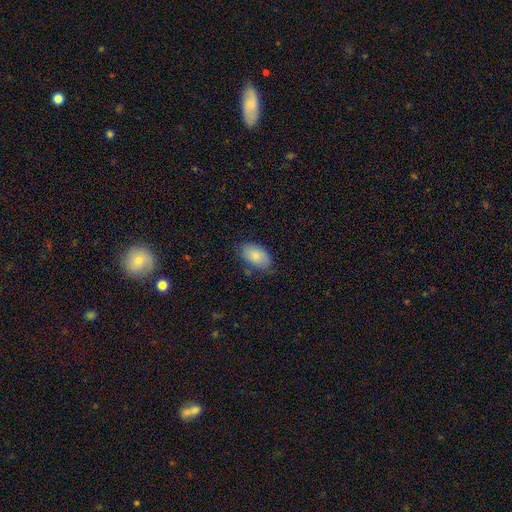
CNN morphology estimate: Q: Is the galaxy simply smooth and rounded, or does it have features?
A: smooth — 83%.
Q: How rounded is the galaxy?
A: in between — 93%.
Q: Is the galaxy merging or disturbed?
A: none — 74%.